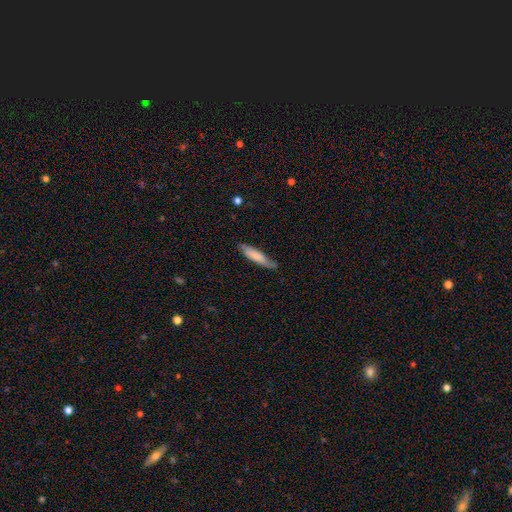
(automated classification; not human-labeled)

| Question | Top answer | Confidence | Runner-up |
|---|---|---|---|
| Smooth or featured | smooth | 72% | featured or disk (22%) |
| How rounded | cigar-shaped | 78% | in between (21%) |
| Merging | none | 68% | minor disturbance (25%) |